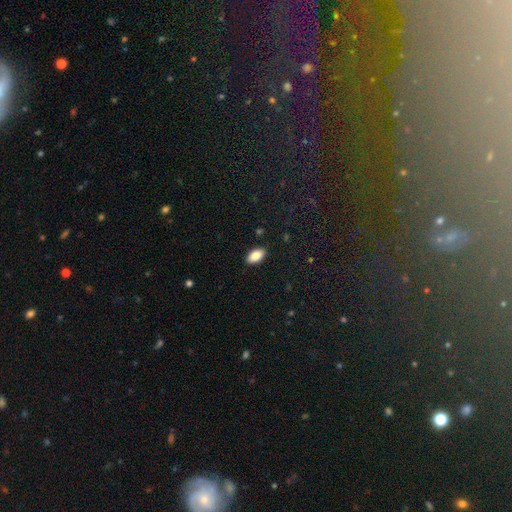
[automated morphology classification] A smooth galaxy with no disk features (87%) that is in between round and cigar-shaped (93%).

Vote fractions:
- Smooth or featured? smooth: 87% / star or artifact: 7% / featured or disk: 6%
- How rounded? in between: 93% / round: 4% / cigar-shaped: 3%
- Merging? none: 89% / minor disturbance: 9% / major disturbance: 2% / merger: 1%